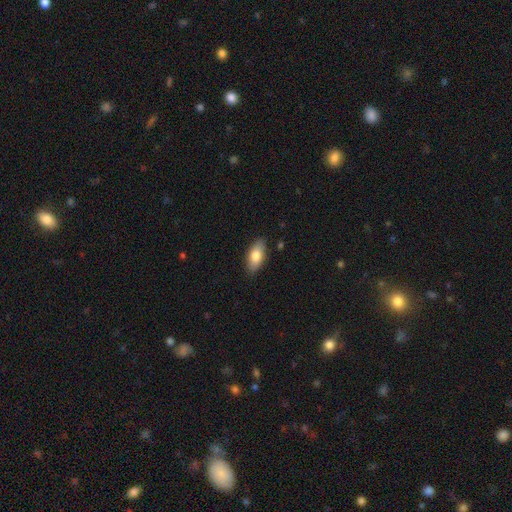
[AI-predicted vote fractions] Smooth or featured? Predicted: smooth (p=0.80). How rounded? Predicted: in between (p=0.89). Merging? Predicted: none (p=0.86).